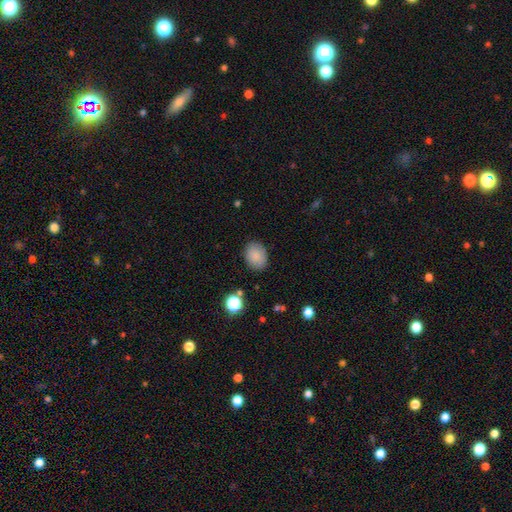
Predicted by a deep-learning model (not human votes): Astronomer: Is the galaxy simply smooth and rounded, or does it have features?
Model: smooth — 84%.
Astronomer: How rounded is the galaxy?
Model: in between — 66%.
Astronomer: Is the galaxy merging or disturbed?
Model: none — 86%.